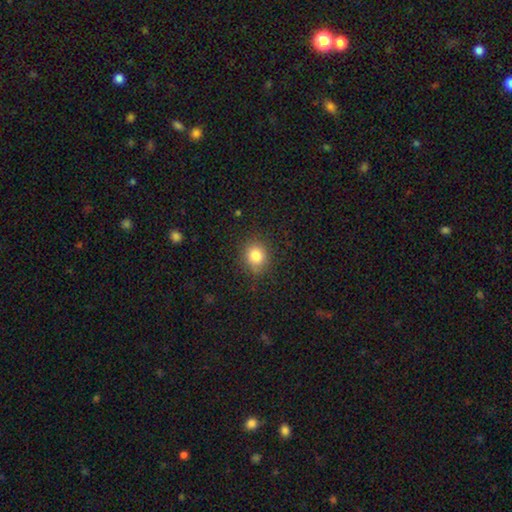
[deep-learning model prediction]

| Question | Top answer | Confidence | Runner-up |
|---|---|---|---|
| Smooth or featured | smooth | 82% | star or artifact (11%) |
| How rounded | round | 76% | in between (23%) |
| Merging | none | 83% | minor disturbance (12%) |